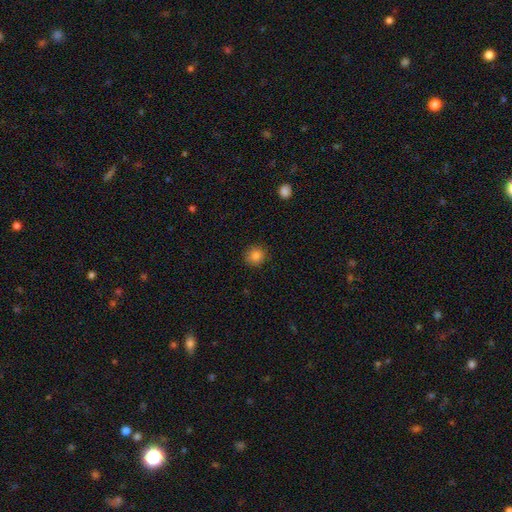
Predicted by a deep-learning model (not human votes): smooth-or-featured: smooth: 84% | star or artifact: 11% | featured or disk: 5%
  how-rounded: round: 92% | in between: 7% | cigar-shaped: 1%
  merging: none: 90% | minor disturbance: 7% | major disturbance: 2% | merger: 1%